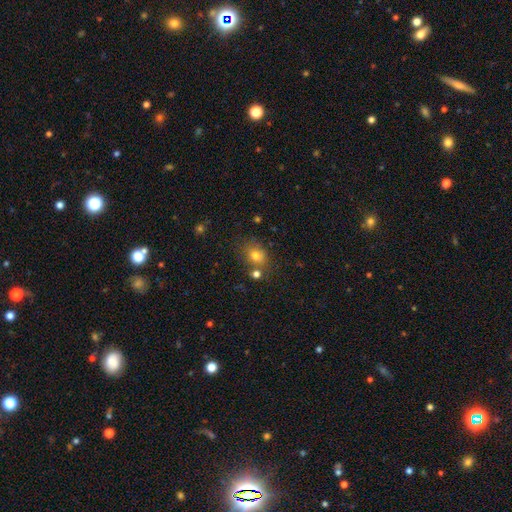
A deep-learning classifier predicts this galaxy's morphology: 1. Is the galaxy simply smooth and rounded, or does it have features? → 76% smooth, 14% star or artifact, 11% featured or disk.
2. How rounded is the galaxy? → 54% round, 45% in between, 1% cigar-shaped.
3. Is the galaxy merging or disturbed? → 61% none, 17% minor disturbance, 16% merger, 6% major disturbance.